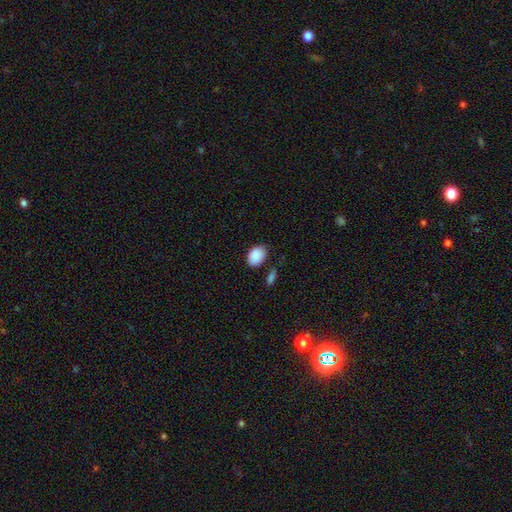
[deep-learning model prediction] Smooth or featured? smooth (89%)
How rounded? in between (79%)
Merging? none (75%)